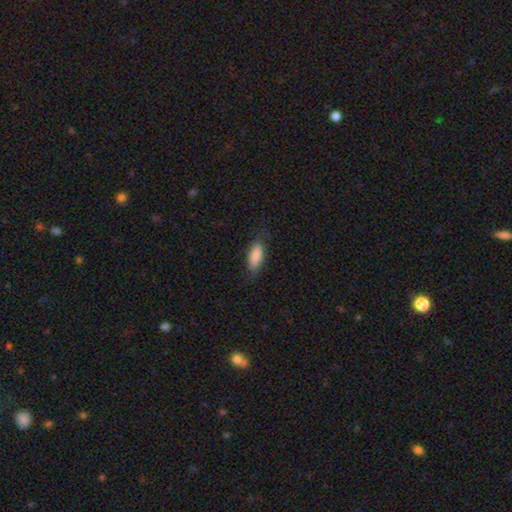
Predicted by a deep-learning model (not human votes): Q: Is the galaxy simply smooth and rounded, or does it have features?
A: smooth — 85%.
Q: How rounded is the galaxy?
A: in between — 73%.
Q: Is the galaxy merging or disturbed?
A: none — 74%.